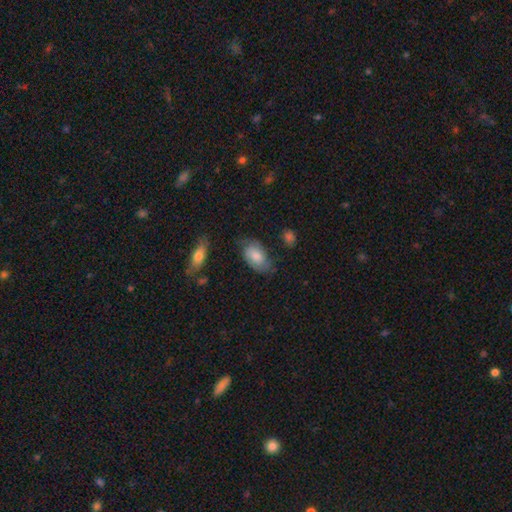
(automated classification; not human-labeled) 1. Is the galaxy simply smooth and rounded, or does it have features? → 61% smooth, 33% featured or disk, 7% star or artifact.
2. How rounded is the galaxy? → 92% in between, 6% round, 2% cigar-shaped.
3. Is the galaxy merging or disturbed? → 60% none, 27% minor disturbance, 10% major disturbance, 3% merger.